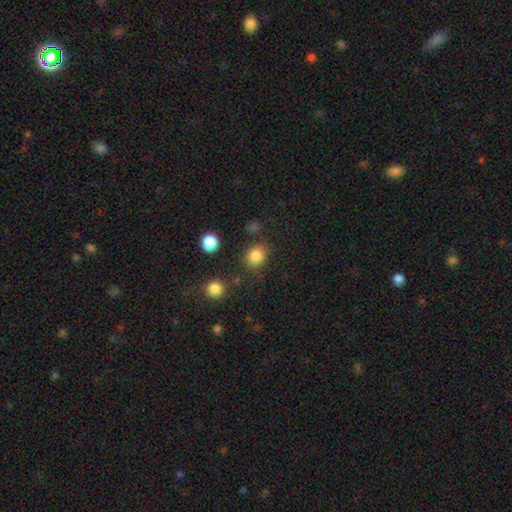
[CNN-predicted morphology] type=smooth (83%); roundness=round (67%); merging=none (77%).